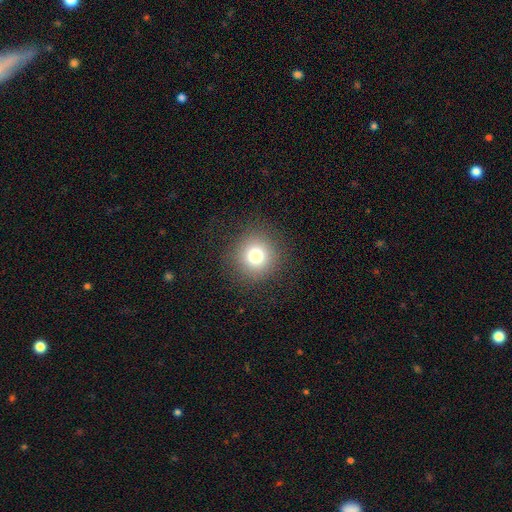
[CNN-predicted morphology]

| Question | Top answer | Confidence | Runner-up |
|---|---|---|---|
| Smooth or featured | smooth | 77% | star or artifact (14%) |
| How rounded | round | 94% | in between (5%) |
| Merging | none | 89% | minor disturbance (7%) |